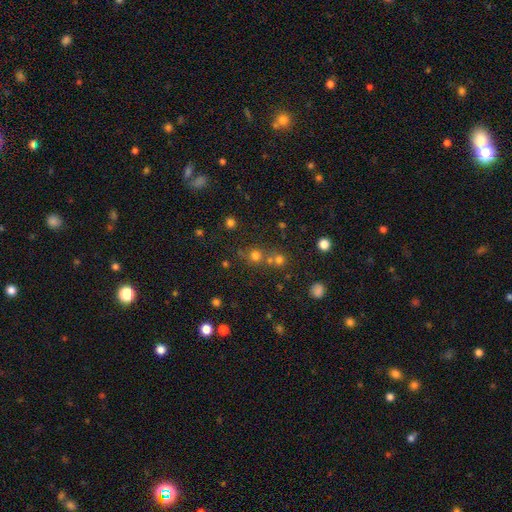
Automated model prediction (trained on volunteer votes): Smooth or featured: smooth — 67% (star or artifact — 24%)
How rounded: round — 90% (in between — 9%)
Merging: none — 62% (merger — 27%)